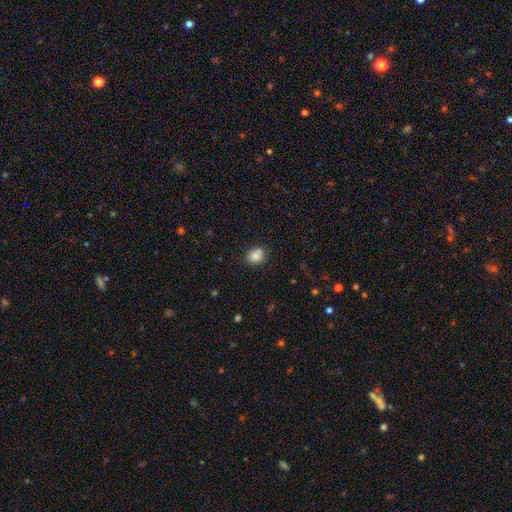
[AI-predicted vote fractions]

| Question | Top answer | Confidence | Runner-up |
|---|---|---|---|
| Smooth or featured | smooth | 82% | star or artifact (11%) |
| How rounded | round | 59% | in between (40%) |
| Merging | none | 64% | merger (17%) |